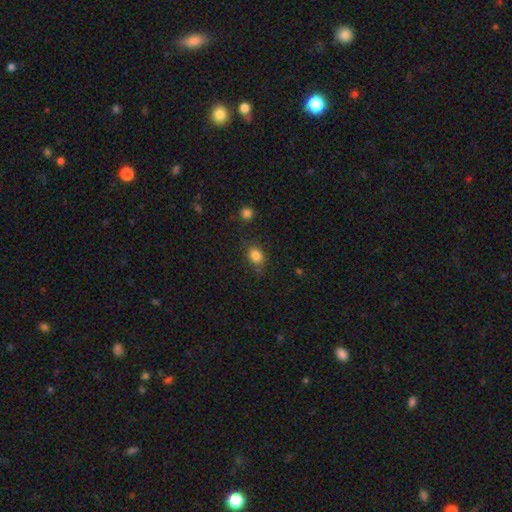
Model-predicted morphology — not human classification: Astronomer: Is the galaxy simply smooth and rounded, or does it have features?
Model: smooth — 83%.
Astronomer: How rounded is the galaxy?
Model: in between — 64%.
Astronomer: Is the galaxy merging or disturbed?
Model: none — 70%.